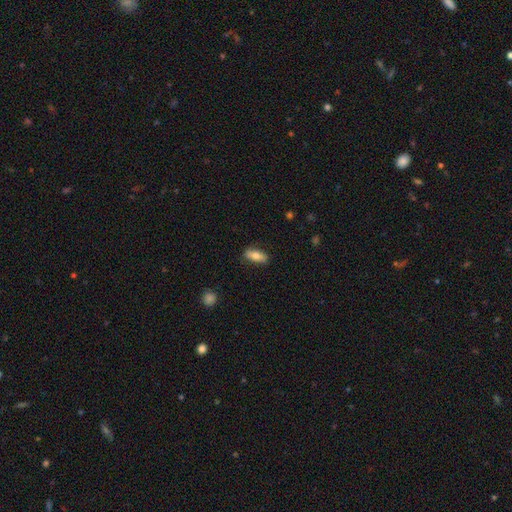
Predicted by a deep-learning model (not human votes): smooth_or_featured: smooth (p=0.73) [alt: featured or disk p=0.20]
how_rounded: in between (p=0.74) [alt: cigar-shaped p=0.22]
merging: none (p=0.84) [alt: minor disturbance p=0.12]